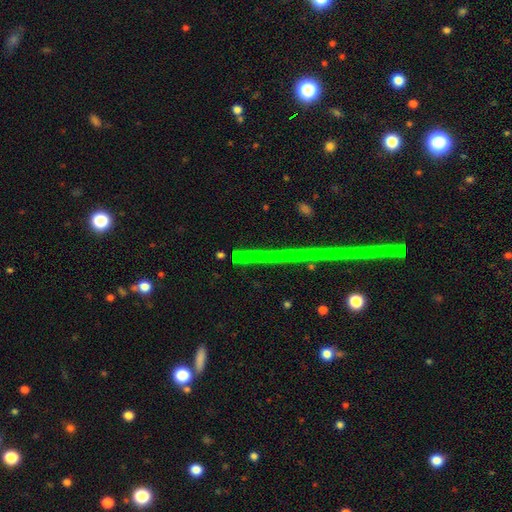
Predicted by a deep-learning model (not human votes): The model was most divided on "smooth or featured": star or artifact: 74%, featured or disk: 15%, smooth: 11%.